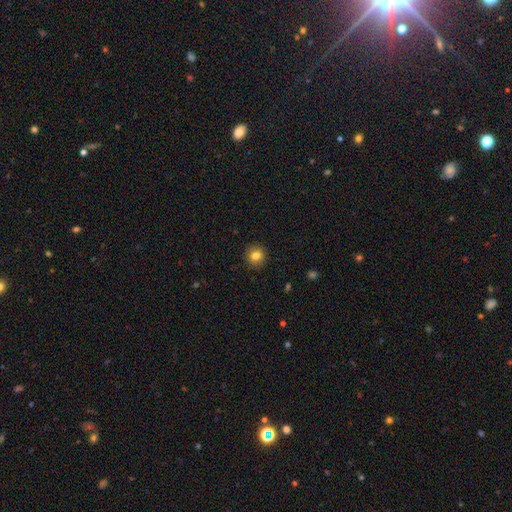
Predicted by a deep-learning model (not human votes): Morphology: type=smooth (82%); roundness=round (91%); merging=none (91%).